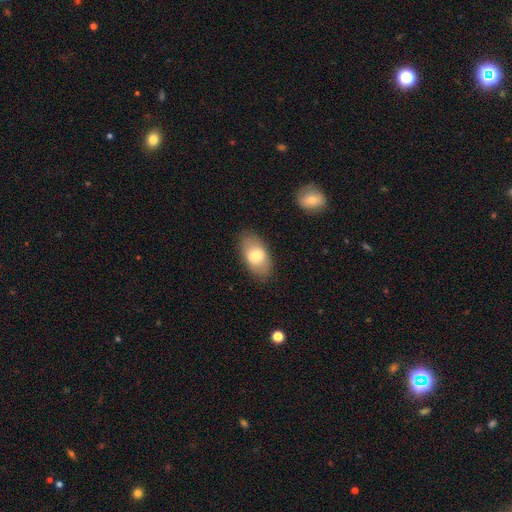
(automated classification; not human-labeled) A smooth galaxy with no disk features (71%) that is in between round and cigar-shaped (91%). Merging: none (85%).